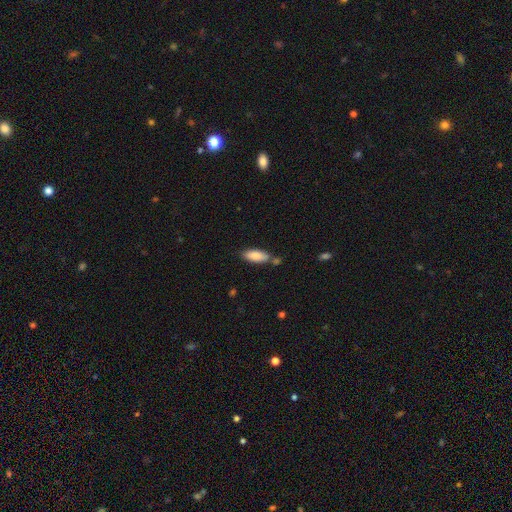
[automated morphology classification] The model was most divided on "how rounded": in between: 74%, cigar-shaped: 24%, round: 2%. More confident: smooth or featured — smooth (83%); merging — none (70%).